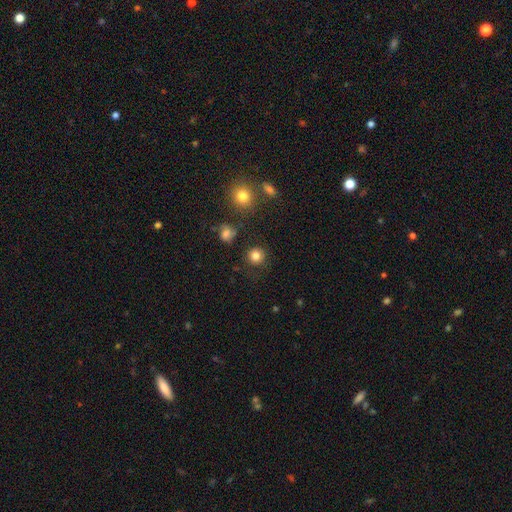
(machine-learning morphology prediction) Smooth or featured?
  - smooth: 83% *
  - star or artifact: 12%
  - featured or disk: 5%
How rounded?
  - round: 93% *
  - in between: 6%
  - cigar-shaped: 1%
Merging?
  - none: 86% *
  - minor disturbance: 8%
  - major disturbance: 3%
  - merger: 3%